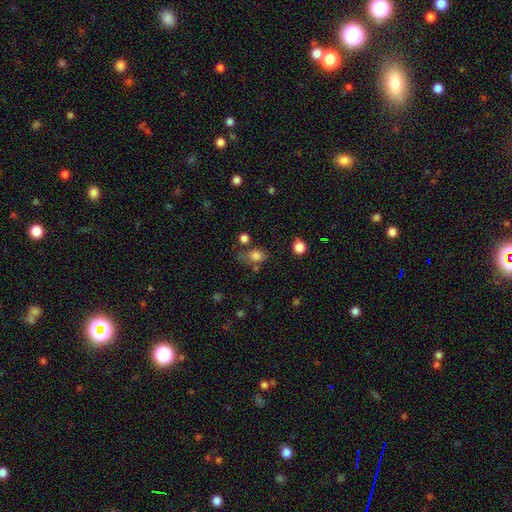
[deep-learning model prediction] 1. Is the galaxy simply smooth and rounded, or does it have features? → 79% smooth, 13% star or artifact, 8% featured or disk.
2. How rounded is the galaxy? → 53% in between, 46% round, 2% cigar-shaped.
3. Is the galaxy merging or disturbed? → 47% none, 26% minor disturbance, 15% major disturbance, 12% merger.